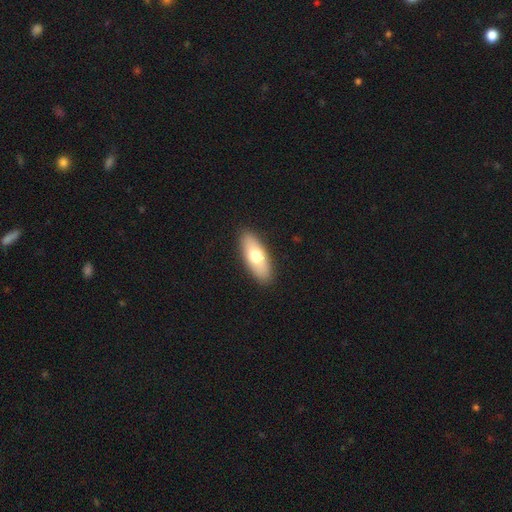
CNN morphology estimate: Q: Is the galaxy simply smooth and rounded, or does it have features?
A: smooth — 69%.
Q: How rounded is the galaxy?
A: in between — 74%.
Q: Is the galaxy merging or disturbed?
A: none — 89%.